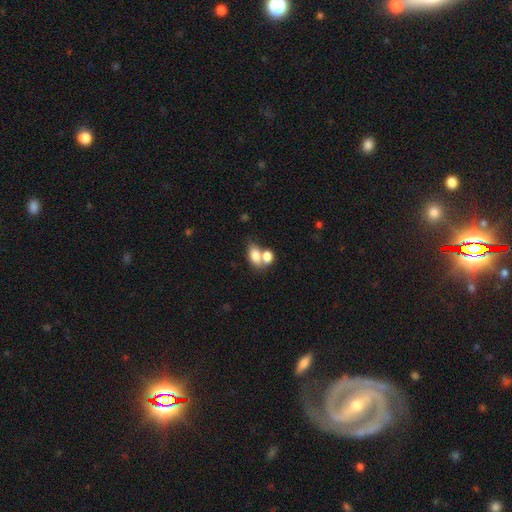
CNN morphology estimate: The model was most divided on "merging": merger: 57%, none: 30%, minor disturbance: 9%, major disturbance: 4%. More confident: how rounded — in between (83%); smooth or featured — smooth (78%).